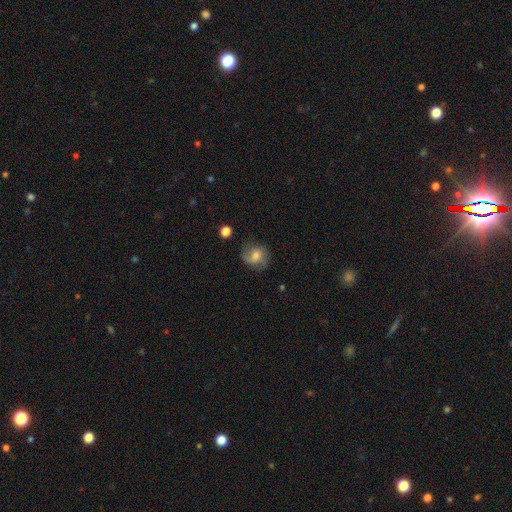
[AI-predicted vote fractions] Smooth or featured? Predicted: smooth (p=0.45). Merging? Predicted: none (p=0.68).